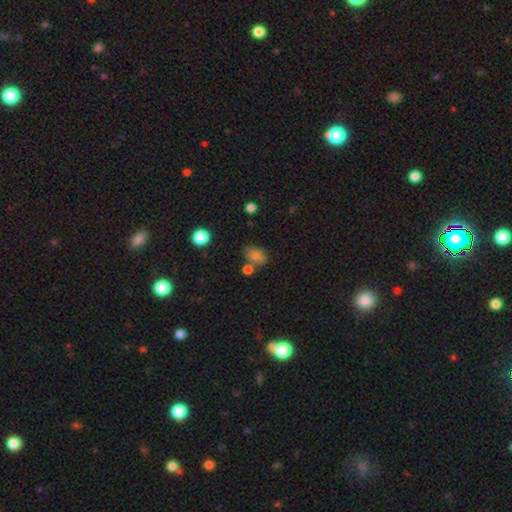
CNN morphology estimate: Smooth or featured: smooth — 80% (star or artifact — 11%)
How rounded: in between — 78% (round — 21%)
Merging: none — 65% (merger — 16%)